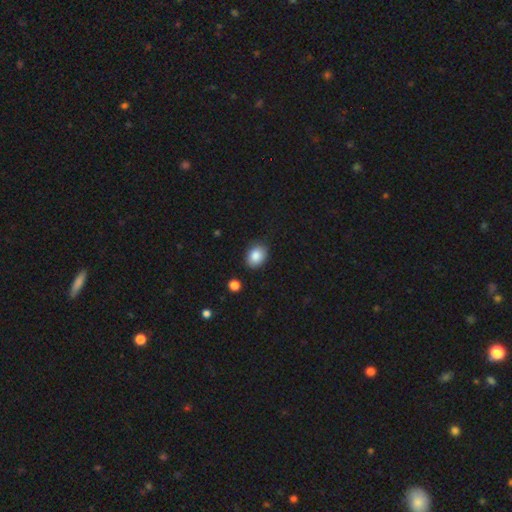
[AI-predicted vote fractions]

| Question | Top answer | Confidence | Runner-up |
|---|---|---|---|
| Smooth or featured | smooth | 87% | star or artifact (8%) |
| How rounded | in between | 66% | round (33%) |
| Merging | none | 83% | minor disturbance (12%) |